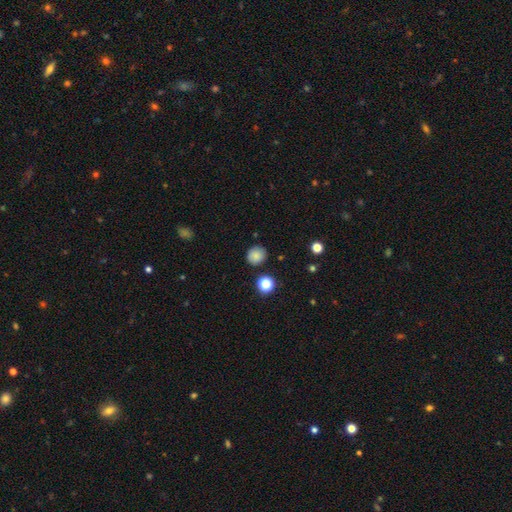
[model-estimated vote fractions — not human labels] smooth_or_featured: smooth (p=0.83) [alt: star or artifact p=0.11]
how_rounded: round (p=0.87) [alt: in between p=0.12]
merging: none (p=0.86) [alt: minor disturbance p=0.09]